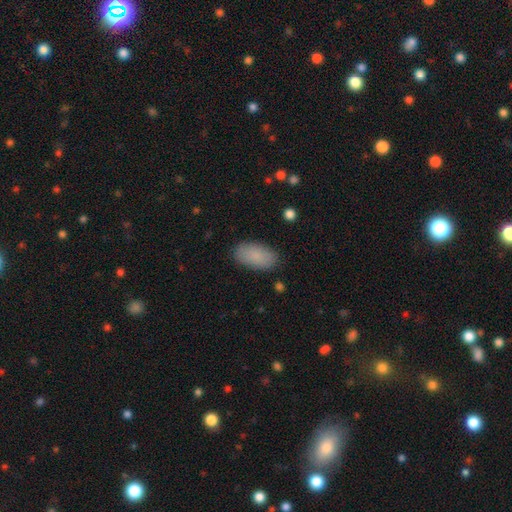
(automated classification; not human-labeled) This appears to be a smooth galaxy with no disk features (88%) that is in between round and cigar-shaped (94%). Merging: none (87%).